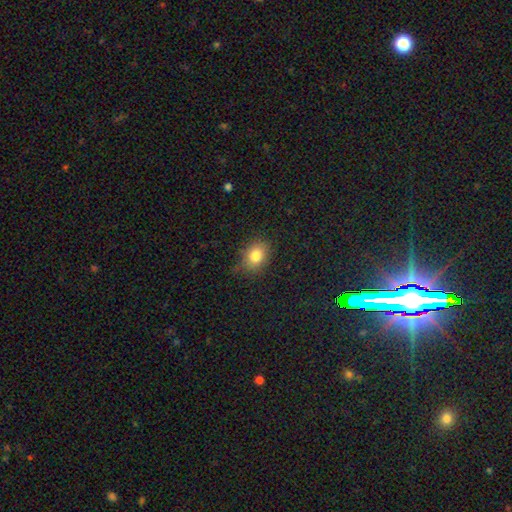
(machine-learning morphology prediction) smooth_or_featured: smooth (p=0.82) [alt: star or artifact p=0.11]
how_rounded: in between (p=0.64) [alt: round p=0.35]
merging: none (p=0.78) [alt: minor disturbance p=0.16]